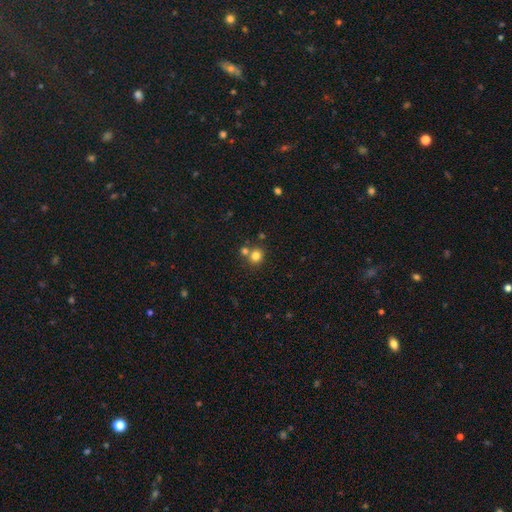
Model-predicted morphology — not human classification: type=smooth (79%); roundness=round (86%); merging=none (61%).